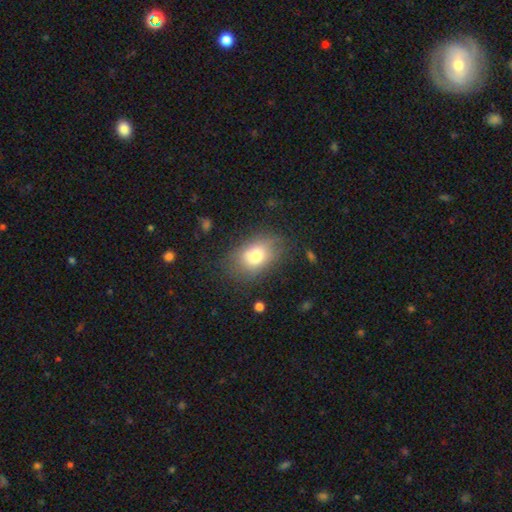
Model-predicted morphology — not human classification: Q: Smooth or featured?
A: smooth (74%); runner-up: featured or disk (16%)
Q: How rounded?
A: in between (79%); runner-up: round (19%)
Q: Merging?
A: none (68%); runner-up: minor disturbance (20%)